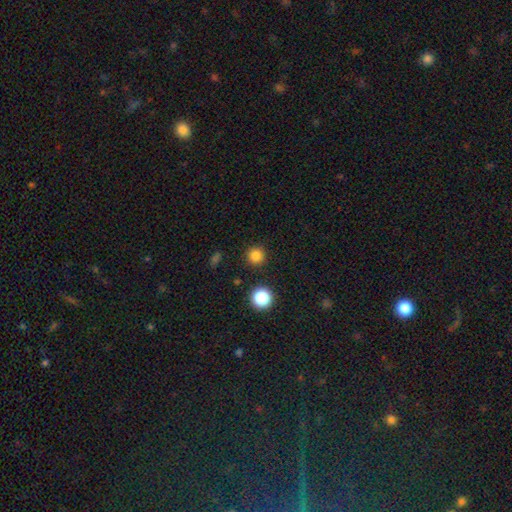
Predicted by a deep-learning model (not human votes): Smooth or featured? Predicted: smooth (p=0.82). How rounded? Predicted: round (p=0.95). Merging? Predicted: none (p=0.90).